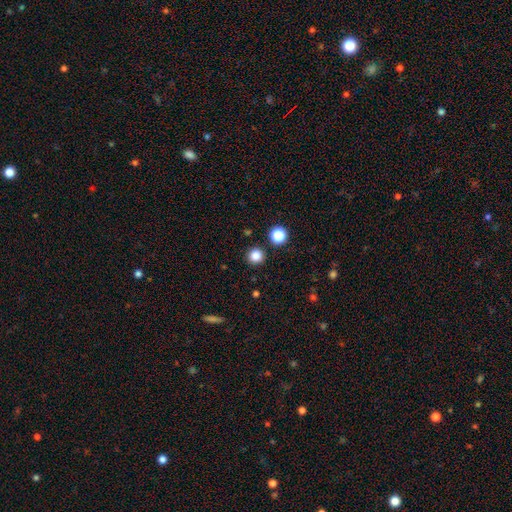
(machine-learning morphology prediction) This appears to be a smooth galaxy with no disk features (83%) that is round (95%). Merging: none (91%).